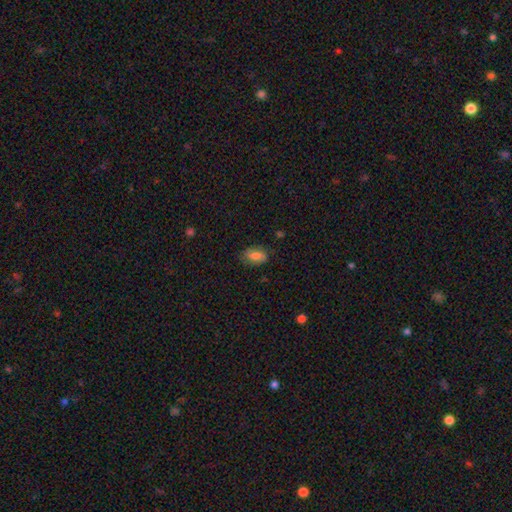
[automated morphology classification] The model was most divided on "merging": none: 75%, minor disturbance: 19%, major disturbance: 4%, merger: 1%. More confident: how rounded — in between (89%); smooth or featured — smooth (78%).